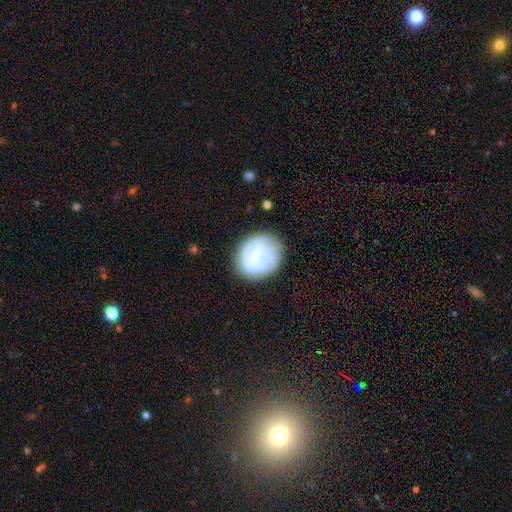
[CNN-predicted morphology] Smooth or featured?
  - featured or disk: 47% *
  - smooth: 45%
  - star or artifact: 9%
Merging?
  - none: 72% *
  - minor disturbance: 18%
  - major disturbance: 7%
  - merger: 2%